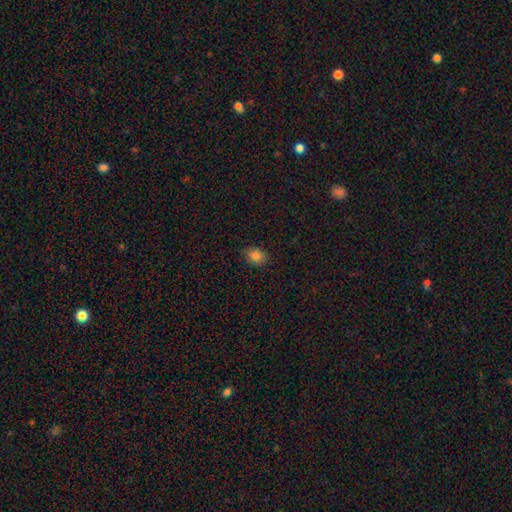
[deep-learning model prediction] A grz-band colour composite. It shows a smooth galaxy with no disk features (83%) that is in between round and cigar-shaped (52%). Merging: none (85%).